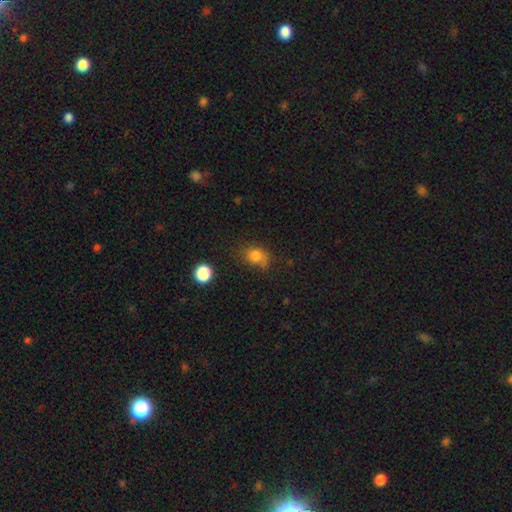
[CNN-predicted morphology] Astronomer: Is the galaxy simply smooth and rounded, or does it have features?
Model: smooth — 80%.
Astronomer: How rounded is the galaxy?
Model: round — 51% (runner-up: in between, 48%).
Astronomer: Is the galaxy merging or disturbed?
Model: none — 56%.